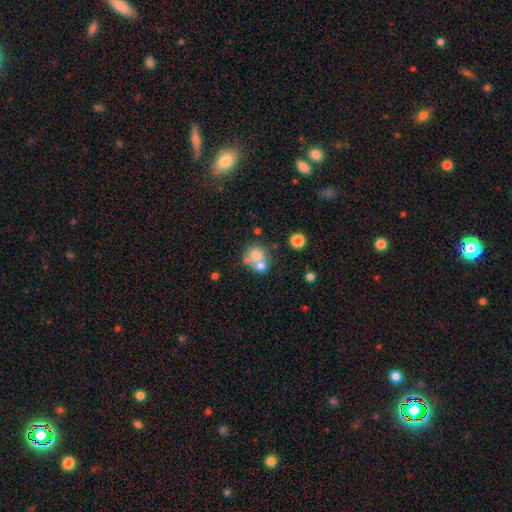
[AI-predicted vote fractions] smooth_or_featured: smooth (p=0.67) [alt: featured or disk p=0.22]
how_rounded: round (p=0.82) [alt: in between p=0.17]
merging: merger (p=0.45) [alt: none p=0.41]